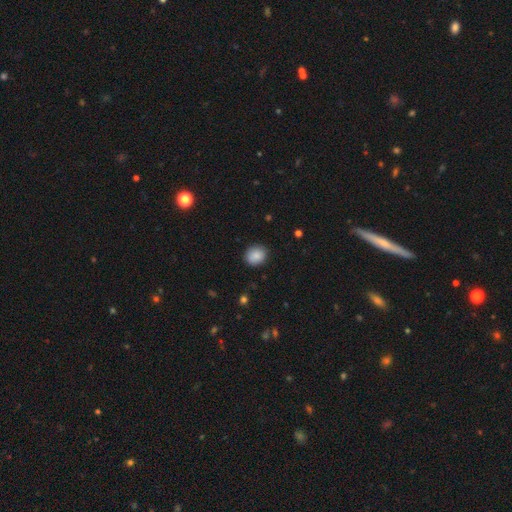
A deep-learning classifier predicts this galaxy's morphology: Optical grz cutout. It shows a smooth galaxy with no disk features (87%) that is round (71%). Merging: none (88%).